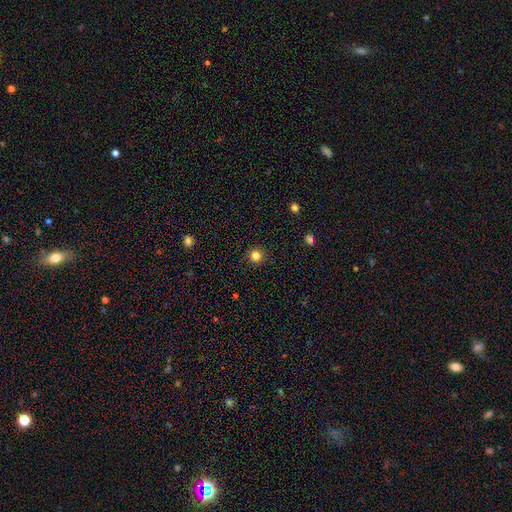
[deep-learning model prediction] This appears to be a smooth galaxy with no disk features (82%) that is round (95%). Merging: none (92%).